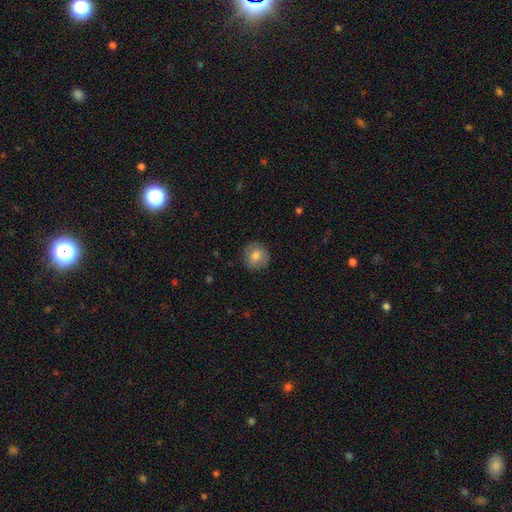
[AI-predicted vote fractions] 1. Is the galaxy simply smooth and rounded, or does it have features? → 77% smooth, 14% featured or disk, 8% star or artifact.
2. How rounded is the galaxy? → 91% round, 8% in between, 1% cigar-shaped.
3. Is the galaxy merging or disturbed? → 88% none, 9% minor disturbance, 2% major disturbance, 1% merger.